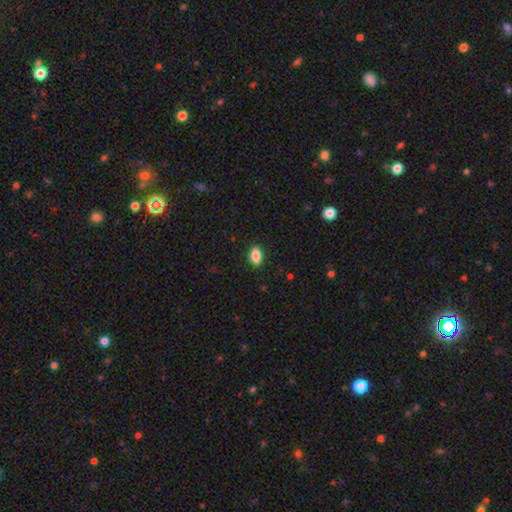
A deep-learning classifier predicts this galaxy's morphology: Smooth or featured? smooth (88%)
How rounded? in between (89%)
Merging? none (88%)